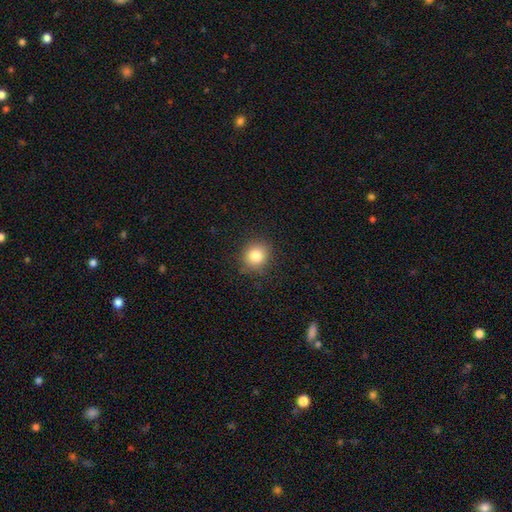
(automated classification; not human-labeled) A smooth galaxy with no disk features (83%) that is round (85%). Merging: none (87%).